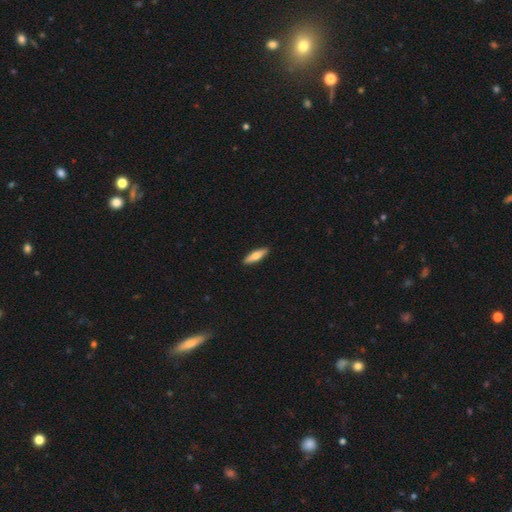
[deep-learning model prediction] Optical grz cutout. It shows a smooth galaxy with no disk features (60%) that is cigar-shaped (68%). Merging: none (92%).